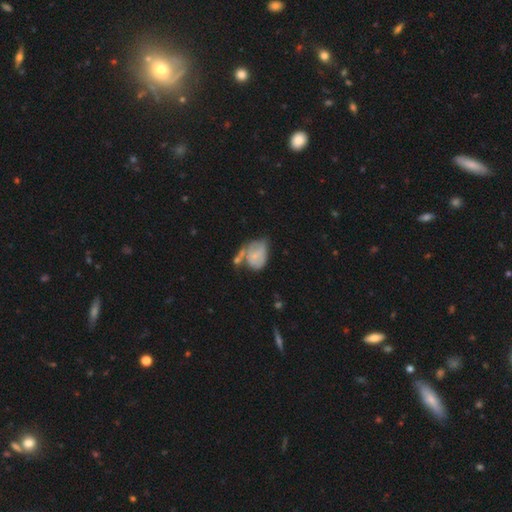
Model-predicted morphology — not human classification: type=smooth (58%); roundness=in between (67%); merging=merger (28%).